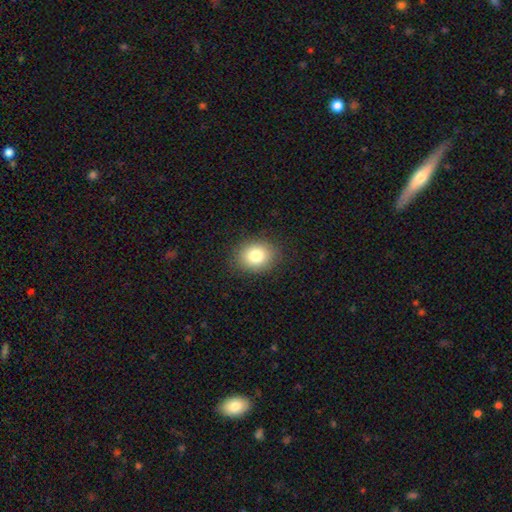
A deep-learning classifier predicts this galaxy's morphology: This appears to be a smooth galaxy with no disk features (81%) that is round (54%). Merging: none (88%).